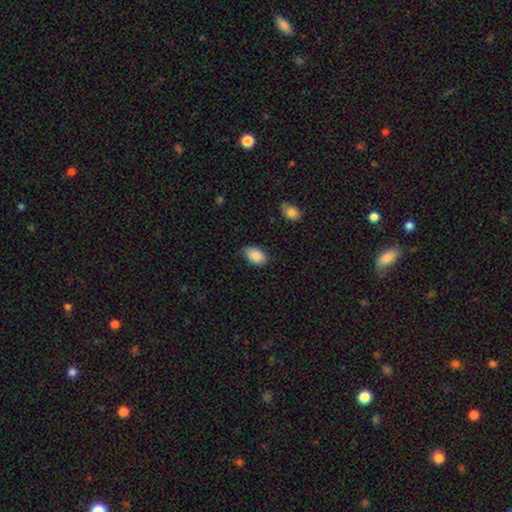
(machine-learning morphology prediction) Overall: smooth (86%). How rounded: in between (92%). Merging: none (80%).